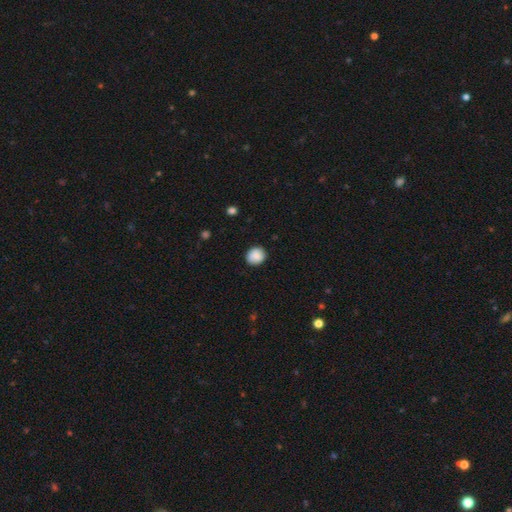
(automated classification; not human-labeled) A smooth galaxy with no disk features (87%) that is round (76%). Merging: none (85%).